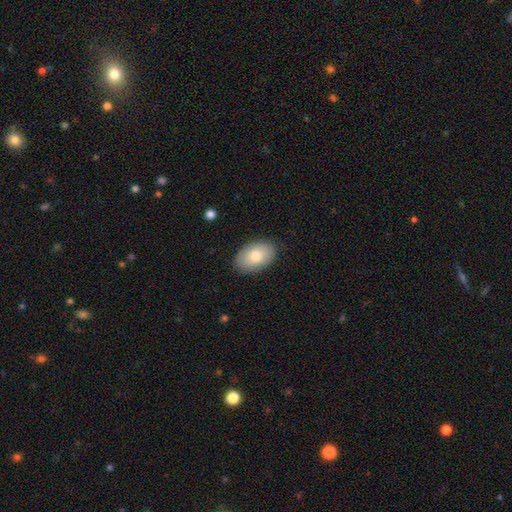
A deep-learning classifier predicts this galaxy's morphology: A smooth galaxy with no disk features (78%) that is in between round and cigar-shaped (90%).

Vote fractions:
- Smooth or featured? smooth: 78% / featured or disk: 16% / star or artifact: 7%
- How rounded? in between: 90% / round: 9% / cigar-shaped: 1%
- Merging? none: 86% / minor disturbance: 10% / major disturbance: 2% / merger: 1%